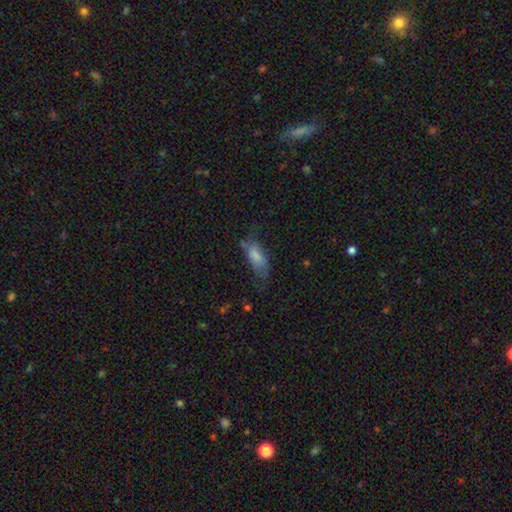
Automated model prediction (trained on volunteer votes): A smooth galaxy with no disk features (71%) that is in between round and cigar-shaped (80%). Merging: none (40%).